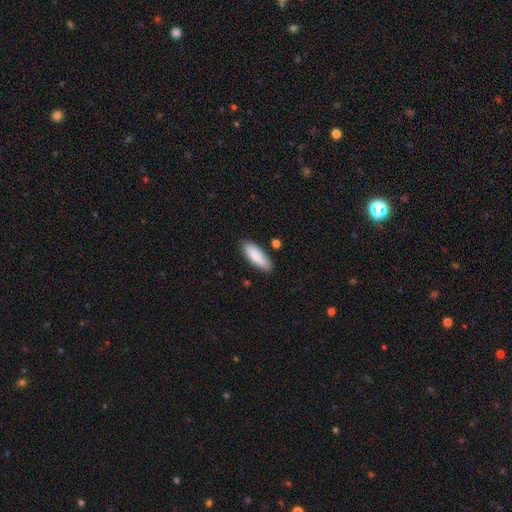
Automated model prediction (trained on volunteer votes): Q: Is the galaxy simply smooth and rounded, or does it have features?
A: smooth — 85%.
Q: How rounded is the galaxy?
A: in between — 58%.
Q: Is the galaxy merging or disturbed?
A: none — 82%.